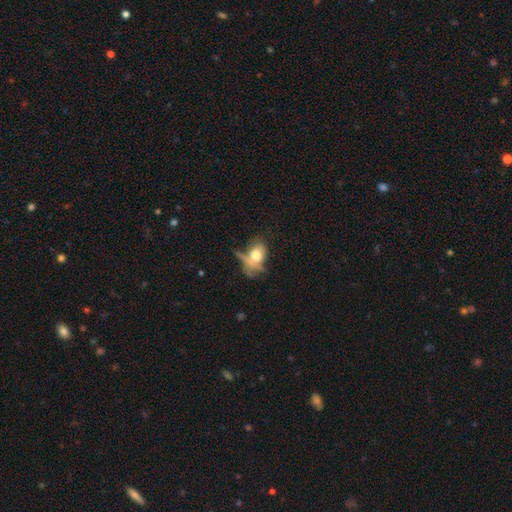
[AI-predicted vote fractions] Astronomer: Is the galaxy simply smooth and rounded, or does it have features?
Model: smooth — 65%.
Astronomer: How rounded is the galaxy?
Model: in between — 73%.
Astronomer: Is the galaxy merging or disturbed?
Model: major disturbance — 31% (runner-up: none, 30%).